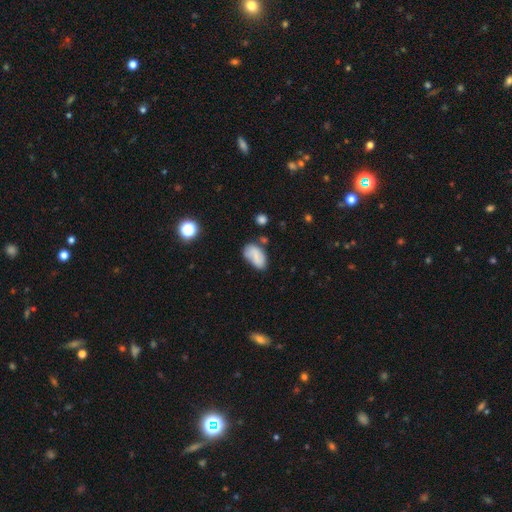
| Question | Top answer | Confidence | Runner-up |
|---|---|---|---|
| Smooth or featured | smooth | 65% | featured or disk (32%) |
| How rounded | in between | 83% | round (17%) |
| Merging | none | 44% | minor disturbance (33%) |